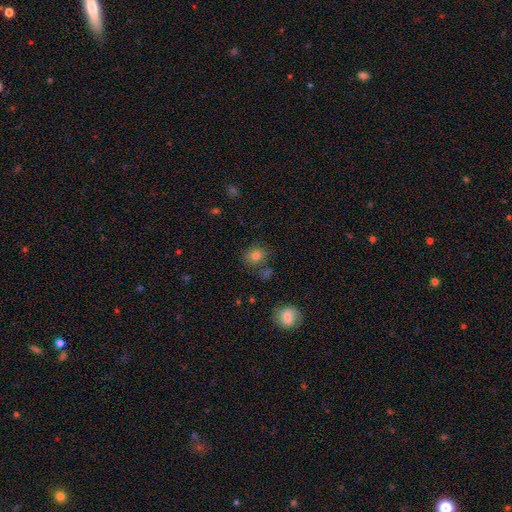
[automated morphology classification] A smooth galaxy with no disk features (78%) that is round (77%).

Vote fractions:
- Smooth or featured? smooth: 78% / star or artifact: 13% / featured or disk: 10%
- How rounded? round: 77% / in between: 22% / cigar-shaped: 1%
- Merging? none: 75% / minor disturbance: 14% / merger: 8% / major disturbance: 4%